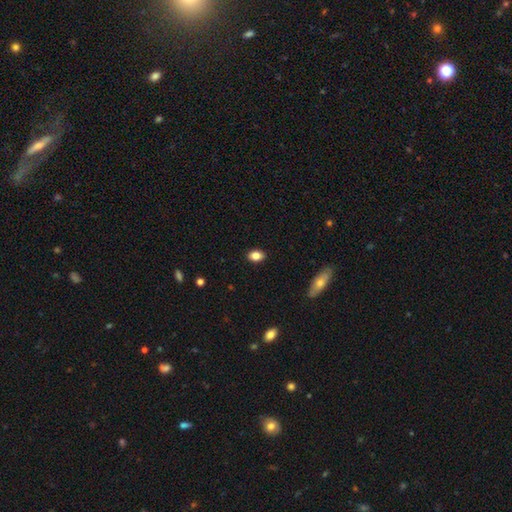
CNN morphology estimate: smooth 85%, star or artifact 9%, featured or disk 6%. Down the decision tree: how rounded — in between (79%); merging — none (89%).